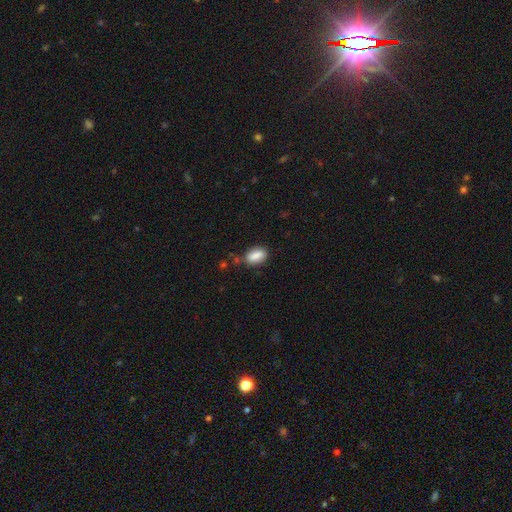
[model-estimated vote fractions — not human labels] A smooth galaxy with no disk features (88%) that is in between round and cigar-shaped (90%).

Vote fractions:
- Smooth or featured? smooth: 88% / star or artifact: 7% / featured or disk: 5%
- How rounded? in between: 90% / round: 7% / cigar-shaped: 3%
- Merging? none: 74% / minor disturbance: 18% / merger: 4% / major disturbance: 4%